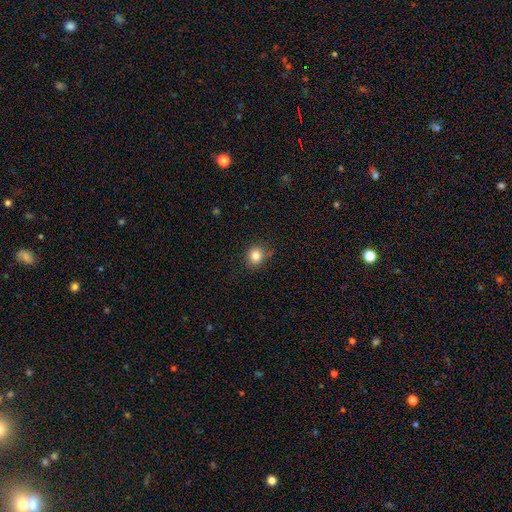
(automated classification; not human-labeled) The model was most divided on "how rounded": round: 82%, in between: 17%, cigar-shaped: 1%. More confident: smooth or featured — smooth (83%); merging — none (81%).